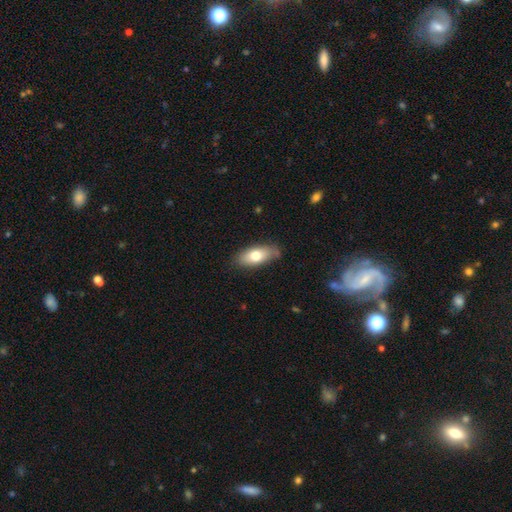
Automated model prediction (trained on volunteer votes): Smooth or featured?
  - smooth: 72% *
  - featured or disk: 22%
  - star or artifact: 7%
How rounded?
  - in between: 83% *
  - cigar-shaped: 14%
  - round: 3%
Merging?
  - none: 78% *
  - minor disturbance: 17%
  - major disturbance: 3%
  - merger: 2%